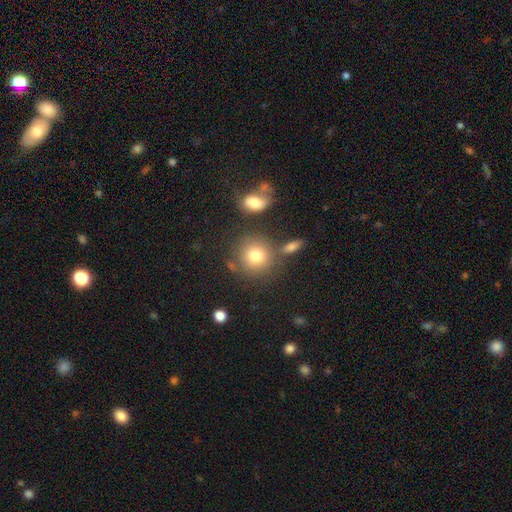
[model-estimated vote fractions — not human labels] Morphology: type=smooth (78%); roundness=round (88%); merging=none (73%).